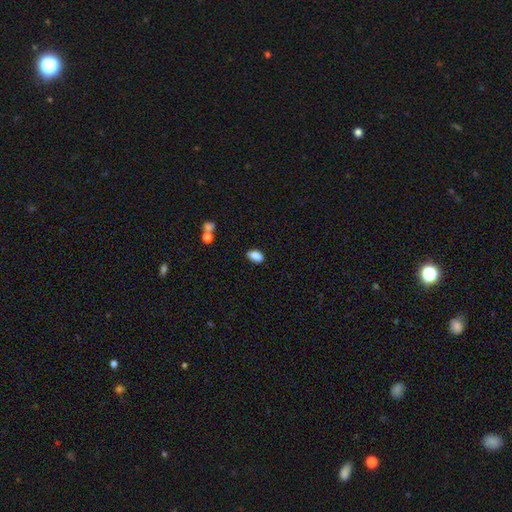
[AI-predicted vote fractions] smooth 86%, star or artifact 8%, featured or disk 6%. Down the decision tree: how rounded — in between (91%); merging — none (83%).